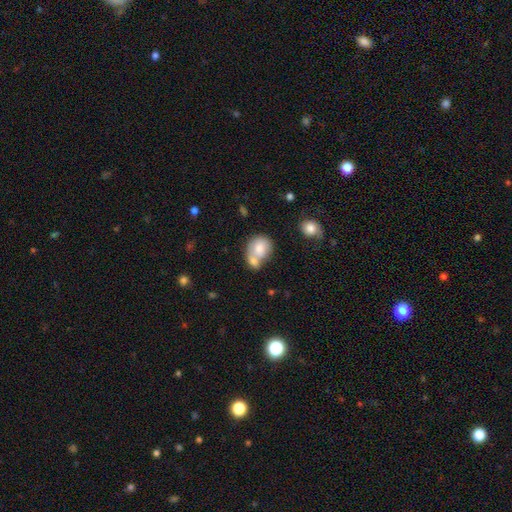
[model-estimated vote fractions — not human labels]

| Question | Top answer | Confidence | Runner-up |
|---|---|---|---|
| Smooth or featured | smooth | 72% | featured or disk (20%) |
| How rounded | round | 59% | in between (40%) |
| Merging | merger | 57% | none (28%) |